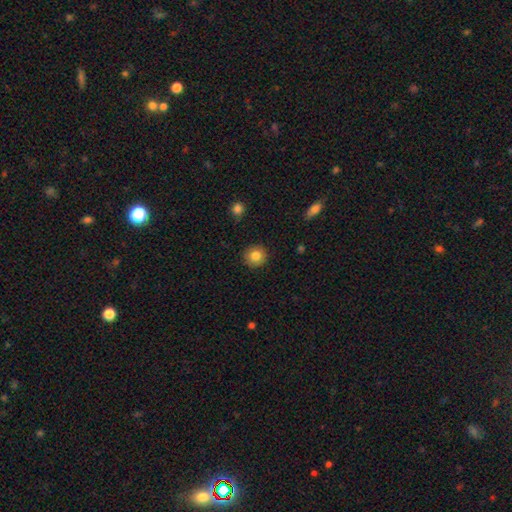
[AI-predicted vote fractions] Morphology: type=smooth (83%); roundness=round (92%); merging=none (91%).